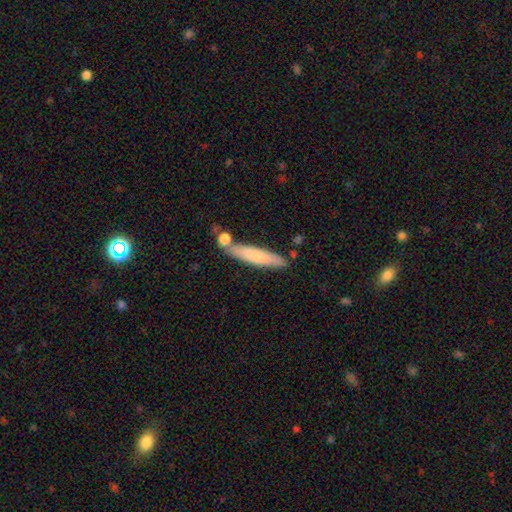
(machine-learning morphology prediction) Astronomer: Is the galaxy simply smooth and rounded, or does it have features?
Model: smooth — 71%.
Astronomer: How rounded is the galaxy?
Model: cigar-shaped — 87%.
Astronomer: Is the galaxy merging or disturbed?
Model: none — 72%.